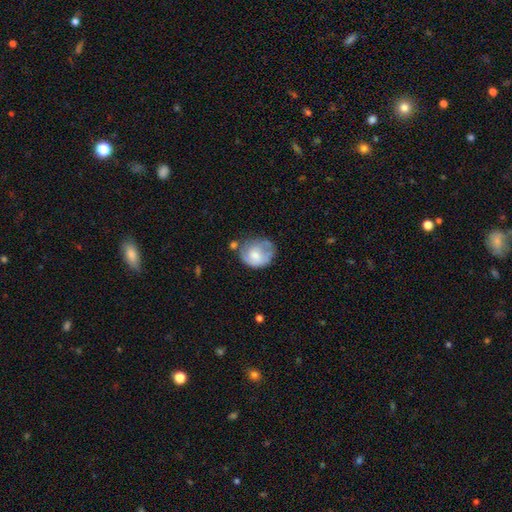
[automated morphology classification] Smooth or featured? smooth (58%)
How rounded? round (60%)
Merging? none (42%)